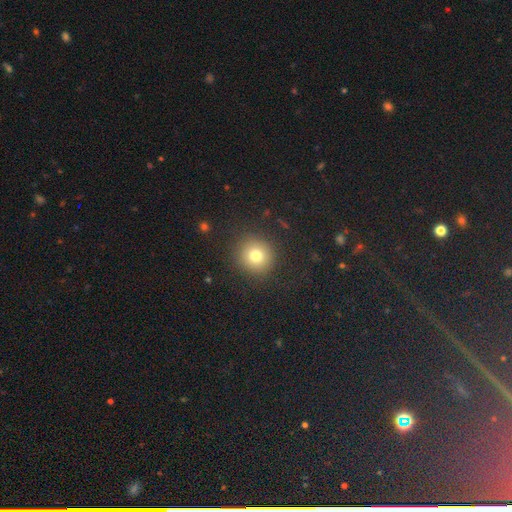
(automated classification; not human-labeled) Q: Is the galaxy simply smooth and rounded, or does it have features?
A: smooth — 76%.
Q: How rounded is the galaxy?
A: round — 92%.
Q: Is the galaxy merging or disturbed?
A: none — 89%.